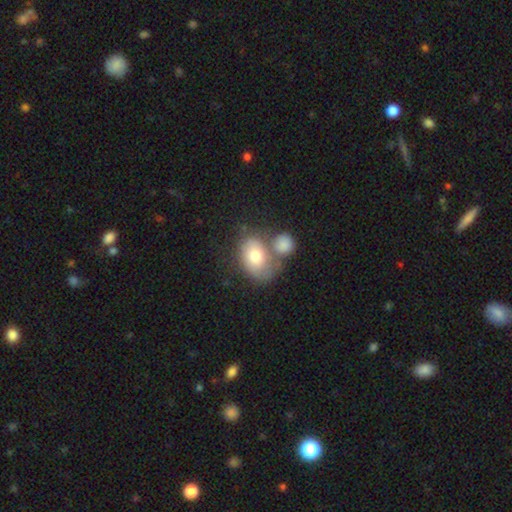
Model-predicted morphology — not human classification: Smooth or featured?
  - smooth: 72% *
  - featured or disk: 21%
  - star or artifact: 7%
How rounded?
  - in between: 76% *
  - round: 23%
  - cigar-shaped: 1%
Merging?
  - merger: 40% *
  - none: 35%
  - minor disturbance: 16%
  - major disturbance: 9%